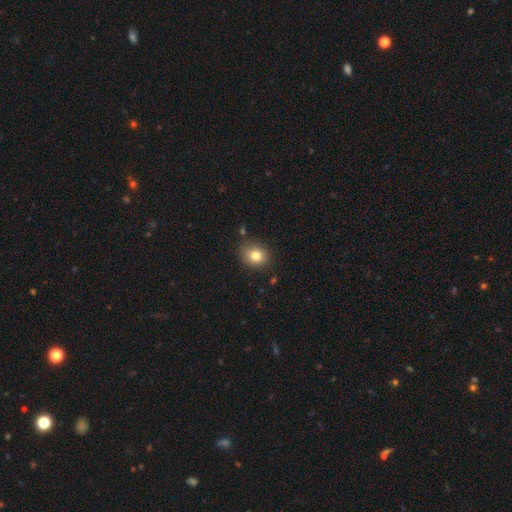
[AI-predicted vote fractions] The model was most divided on "how rounded": round: 67%, in between: 32%, cigar-shaped: 1%. More confident: merging — none (82%); smooth or featured — smooth (80%).